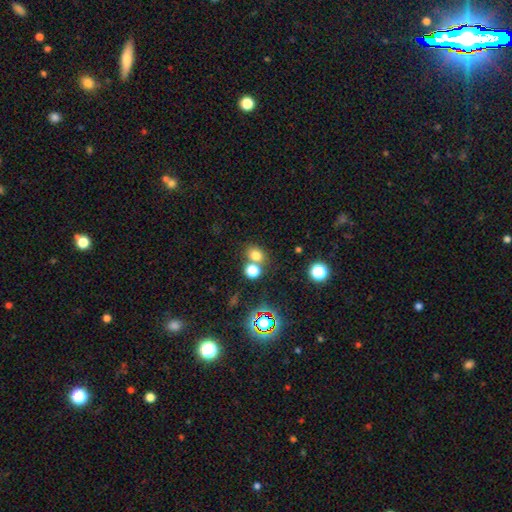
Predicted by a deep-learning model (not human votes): Q: Smooth or featured?
A: smooth (73%); runner-up: star or artifact (20%)
Q: How rounded?
A: round (61%); runner-up: in between (38%)
Q: Merging?
A: none (60%); runner-up: merger (27%)